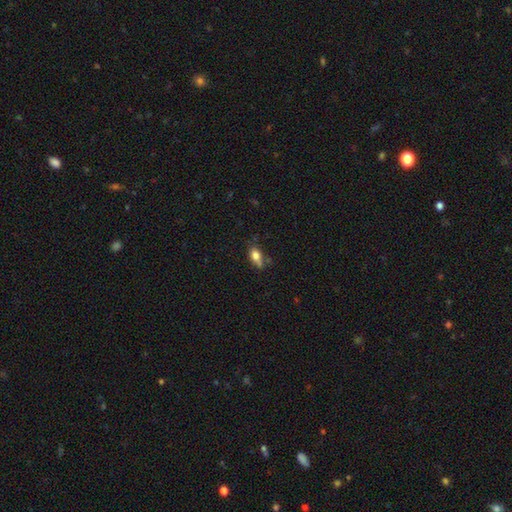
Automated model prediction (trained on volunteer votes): A smooth galaxy with no disk features (76%) that is in between round and cigar-shaped (80%).

Vote fractions:
- Smooth or featured? smooth: 76% / featured or disk: 15% / star or artifact: 9%
- How rounded? in between: 80% / round: 12% / cigar-shaped: 8%
- Merging? none: 50% / minor disturbance: 31% / merger: 10% / major disturbance: 9%